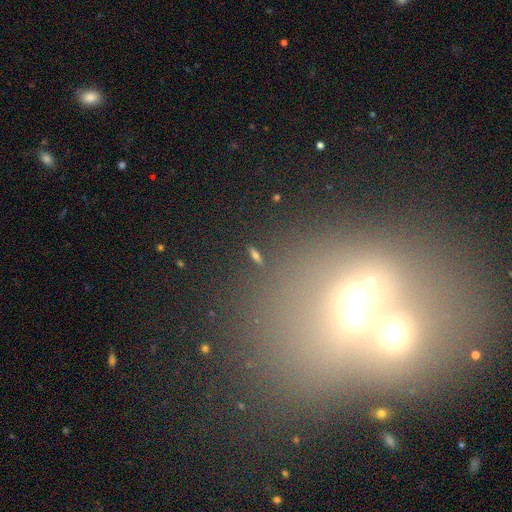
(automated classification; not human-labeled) A smooth galaxy with no disk features (47%). Merging: none (84%).